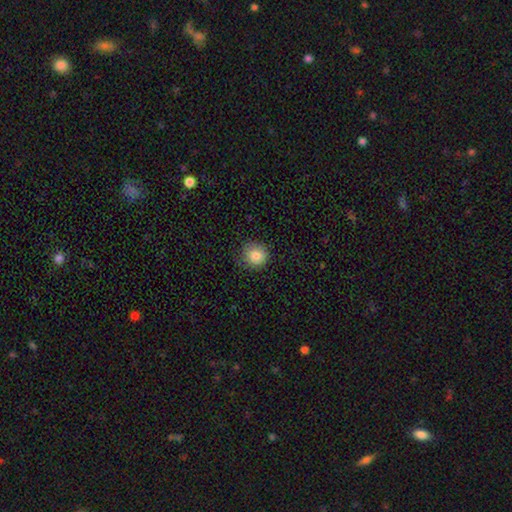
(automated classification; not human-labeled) Smooth or featured? Predicted: smooth (p=0.85). How rounded? Predicted: round (p=0.90). Merging? Predicted: none (p=0.79).